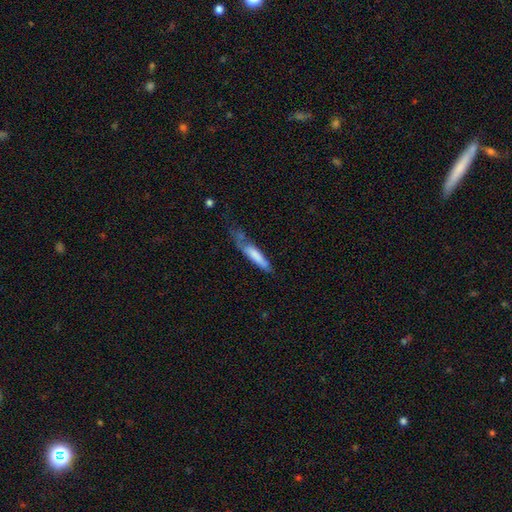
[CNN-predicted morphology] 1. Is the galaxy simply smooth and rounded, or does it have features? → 72% smooth, 22% featured or disk, 6% star or artifact.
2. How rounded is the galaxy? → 82% cigar-shaped, 16% in between, 1% round.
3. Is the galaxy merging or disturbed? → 39% none, 34% minor disturbance, 22% major disturbance, 5% merger.